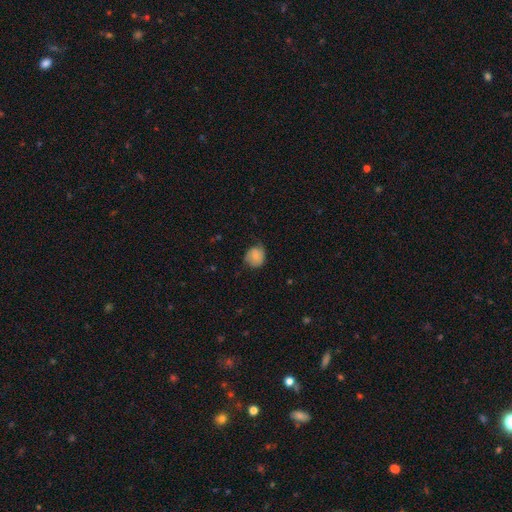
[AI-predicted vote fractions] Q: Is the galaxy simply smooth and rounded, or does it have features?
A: smooth — 76%.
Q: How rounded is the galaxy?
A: round — 79%.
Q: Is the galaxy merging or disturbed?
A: none — 54%.